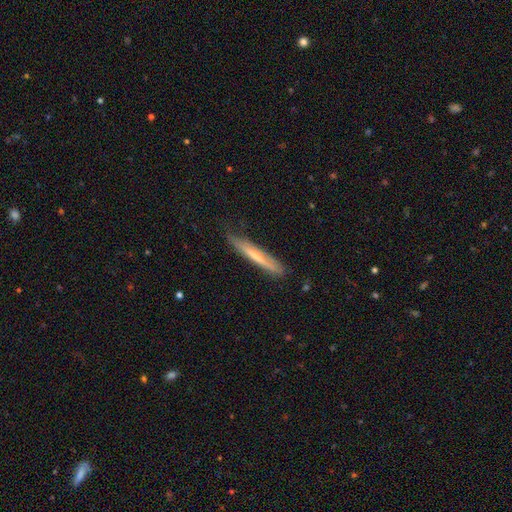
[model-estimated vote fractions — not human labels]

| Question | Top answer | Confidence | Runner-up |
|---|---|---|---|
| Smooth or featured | smooth | 53% | featured or disk (41%) |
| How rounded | cigar-shaped | 94% | in between (4%) |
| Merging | none | 73% | minor disturbance (22%) |